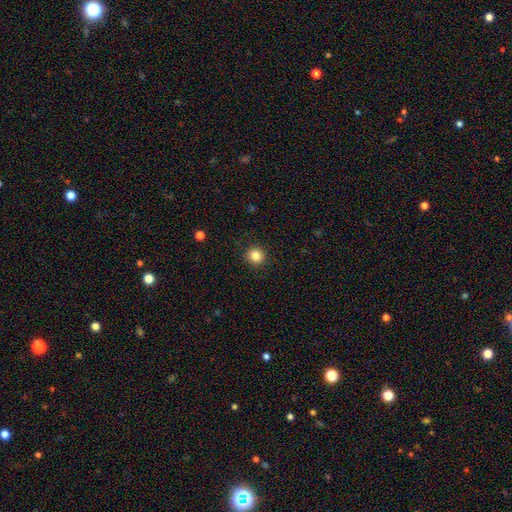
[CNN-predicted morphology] smooth_or_featured: smooth (p=0.83) [alt: star or artifact p=0.11]
how_rounded: round (p=0.92) [alt: in between p=0.07]
merging: none (p=0.92) [alt: minor disturbance p=0.05]